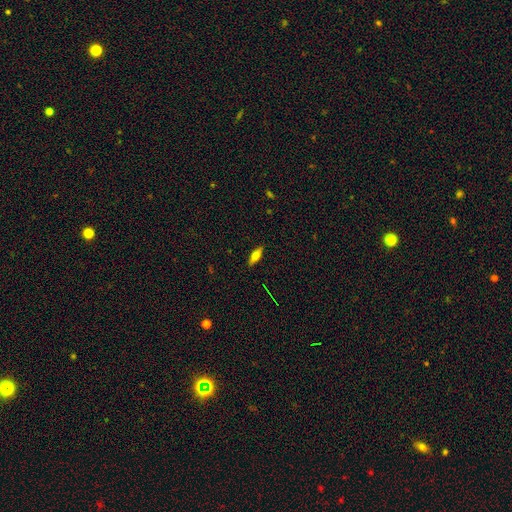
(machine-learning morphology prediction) This is possibly a smooth galaxy (55%). How rounded: possibly in between (59%). Merging: clearly none (88%).